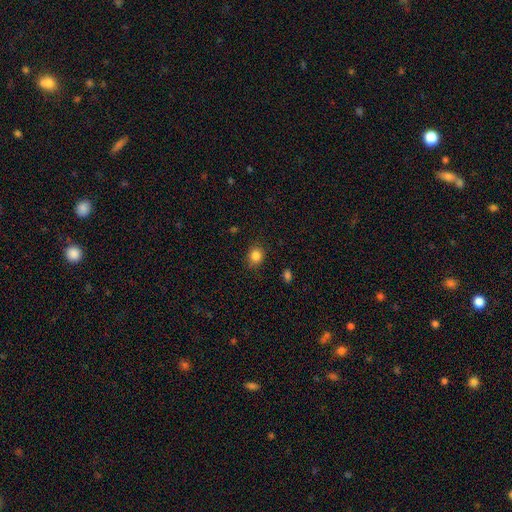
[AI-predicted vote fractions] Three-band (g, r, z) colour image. It shows a smooth galaxy with no disk features (85%) that is round (76%). Merging: none (84%).